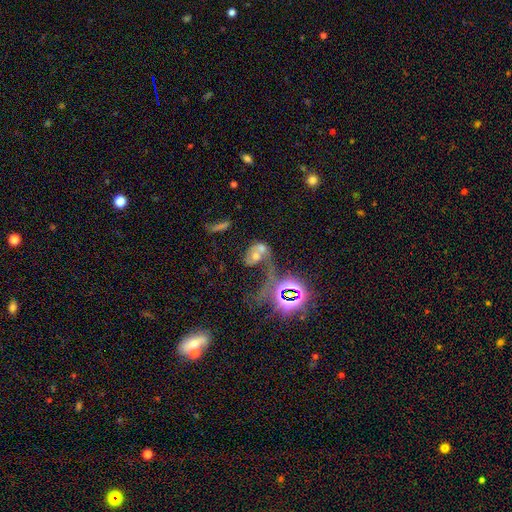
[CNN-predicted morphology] type=smooth (36%, tied with featured or disk); merging=merger (62%).